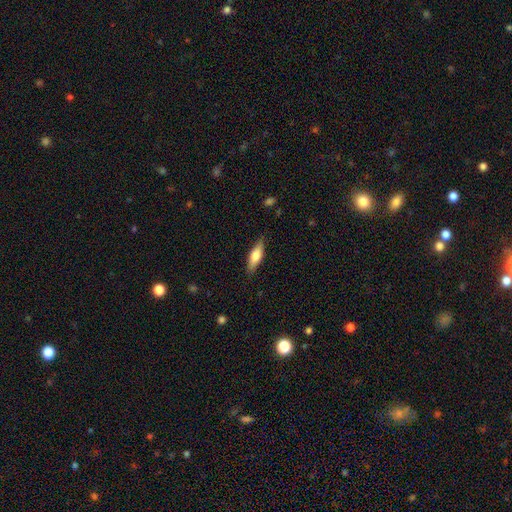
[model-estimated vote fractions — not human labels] Smooth or featured? smooth (65%)
How rounded? cigar-shaped (52%)
Merging? none (85%)